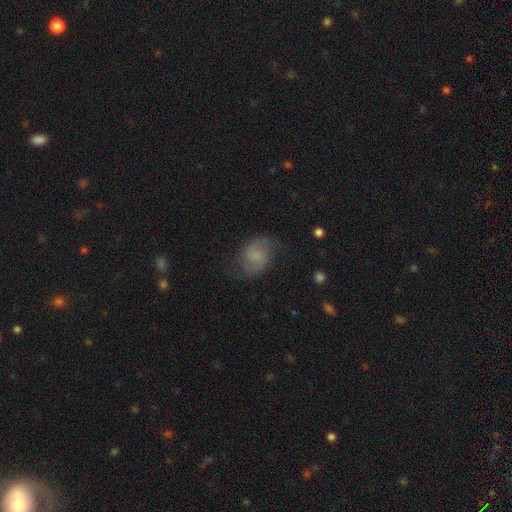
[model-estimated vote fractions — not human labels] A featured or disk galaxy (49%).

Vote fractions:
- Smooth or featured? featured or disk: 49% / smooth: 41% / star or artifact: 10%
- Merging? none: 65% / minor disturbance: 21% / major disturbance: 12% / merger: 2%